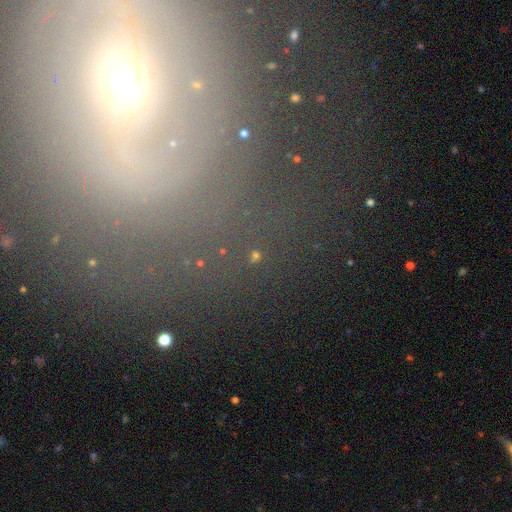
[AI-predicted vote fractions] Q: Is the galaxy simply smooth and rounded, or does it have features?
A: star or artifact — 61%.